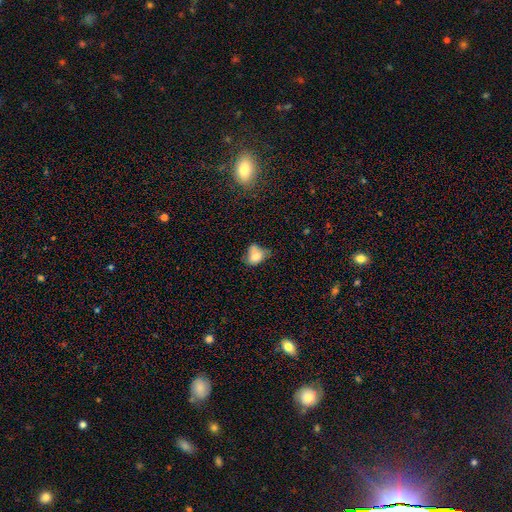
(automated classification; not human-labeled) Smooth or featured? Predicted: smooth (p=0.74). How rounded? Predicted: in between (p=0.64). Merging? Predicted: minor disturbance (p=0.35).